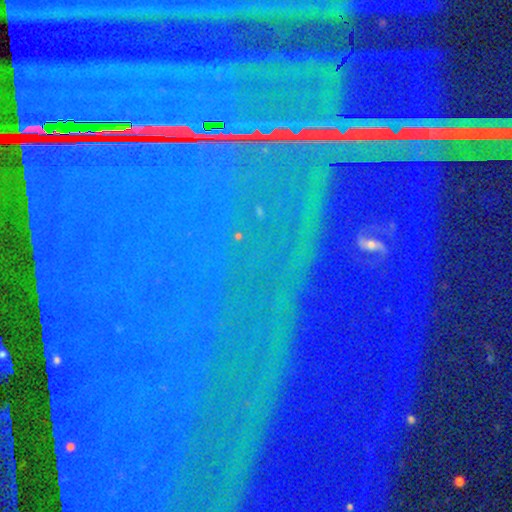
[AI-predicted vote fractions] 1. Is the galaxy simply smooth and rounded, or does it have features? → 89% star or artifact, 7% featured or disk, 5% smooth.